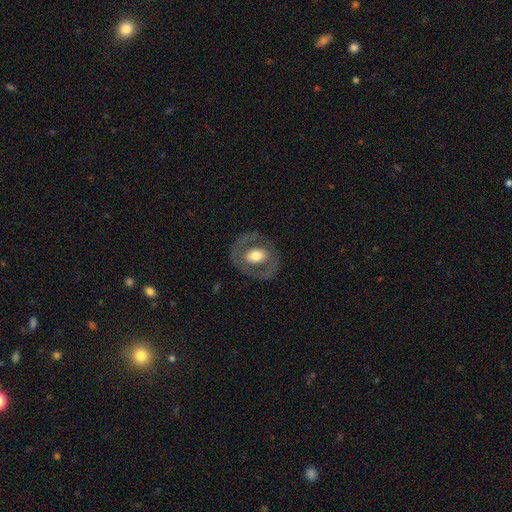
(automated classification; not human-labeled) smooth_or_featured: featured or disk (p=0.54) [alt: smooth p=0.41]
disk_edge_on: no (p=0.94) [alt: yes p=0.06]
bar: no (p=0.69) [alt: weak p=0.21]
has_spiral_arms: no (p=0.77) [alt: yes p=0.23]
bulge_size: moderate (p=0.54) [alt: large p=0.36]
merging: none (p=0.76) [alt: minor disturbance p=0.13]